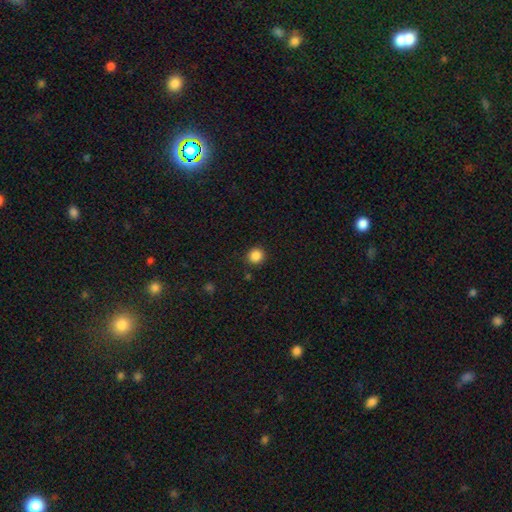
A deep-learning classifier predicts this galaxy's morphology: smooth 86%, star or artifact 11%, featured or disk 3%. Down the decision tree: how rounded — round (91%); merging — none (90%).